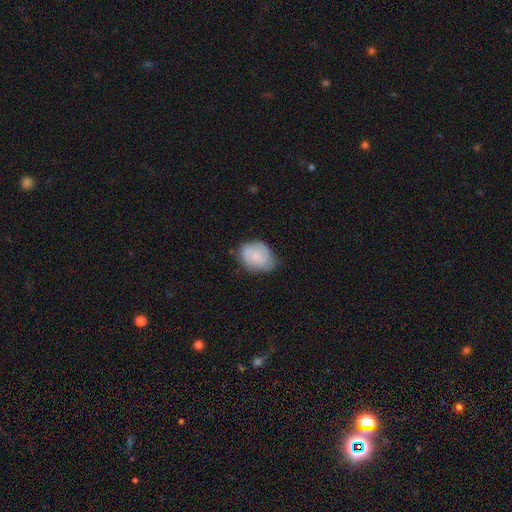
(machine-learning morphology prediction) type=smooth (74%); roundness=in between (65%); merging=none (56%).